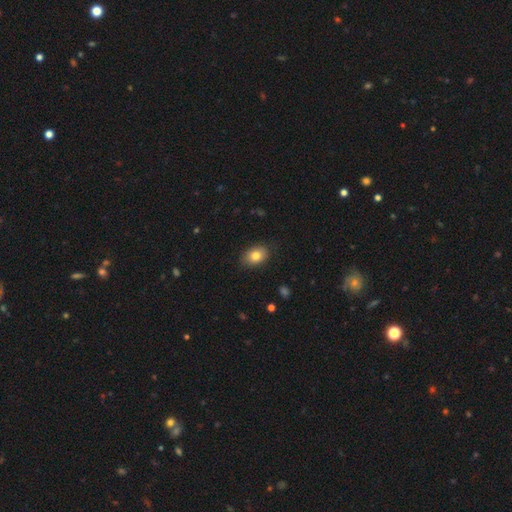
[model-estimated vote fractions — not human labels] This is clearly a smooth galaxy (81%). How rounded: likely in between (79%). Merging: clearly none (86%).